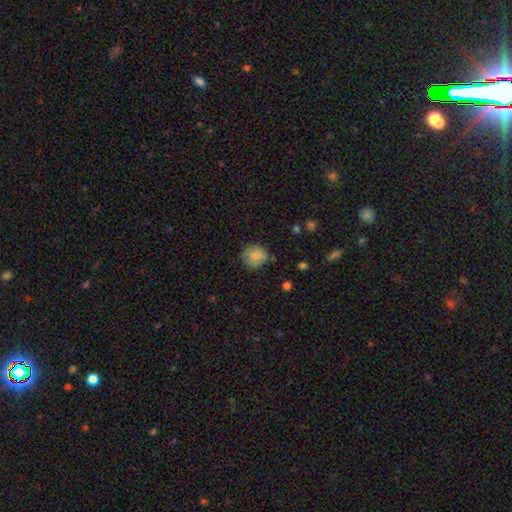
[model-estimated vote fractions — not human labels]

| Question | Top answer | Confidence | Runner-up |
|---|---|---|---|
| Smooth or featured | smooth | 81% | featured or disk (10%) |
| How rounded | round | 81% | in between (18%) |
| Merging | none | 73% | minor disturbance (21%) |